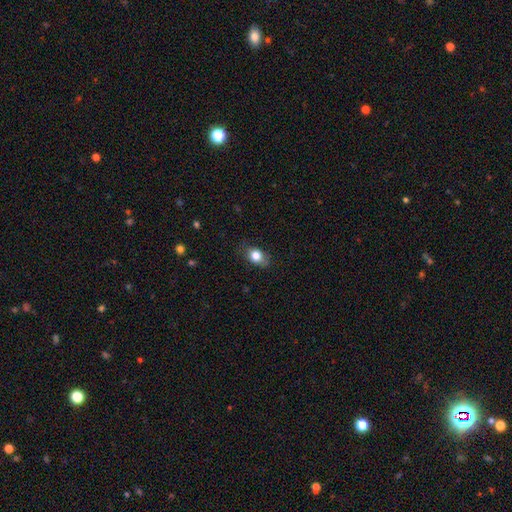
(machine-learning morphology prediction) This is likely a smooth galaxy (80%). How rounded: likely in between (71%). Merging: likely none (72%).